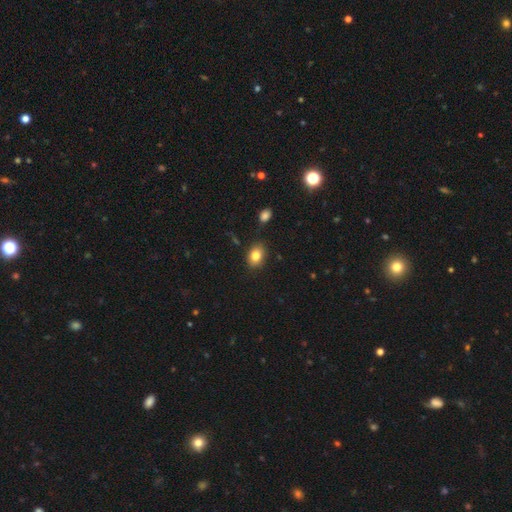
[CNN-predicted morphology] smooth-or-featured: smooth: 82% | star or artifact: 9% | featured or disk: 8%
  how-rounded: in between: 69% | round: 30% | cigar-shaped: 1%
  merging: none: 82% | minor disturbance: 13% | major disturbance: 3% | merger: 3%